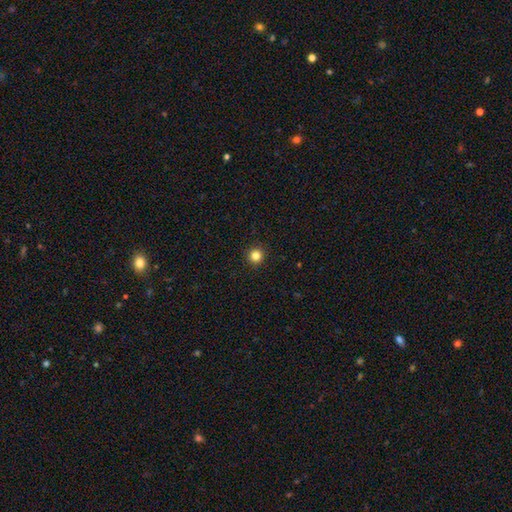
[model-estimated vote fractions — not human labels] A smooth galaxy with no disk features (83%) that is round (96%).

Vote fractions:
- Smooth or featured? smooth: 83% / star or artifact: 13% / featured or disk: 4%
- How rounded? round: 96% / in between: 3% / cigar-shaped: 1%
- Merging? none: 94% / minor disturbance: 4% / major disturbance: 1% / merger: 1%